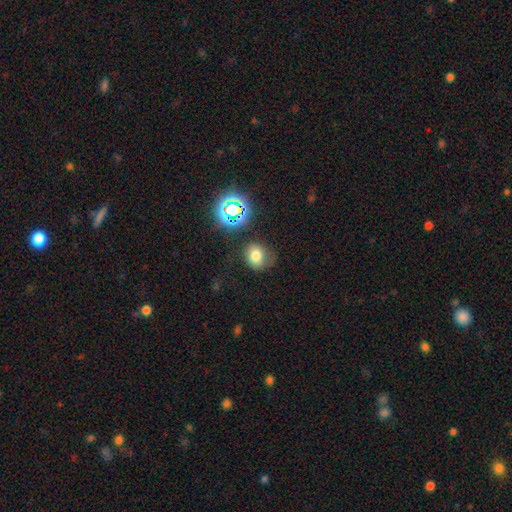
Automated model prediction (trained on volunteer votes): Overall: smooth (71%). How rounded: round (62%; in between 37%). Merging: none (65%).